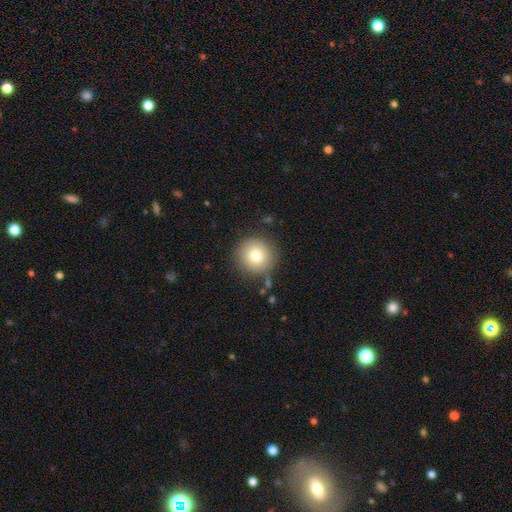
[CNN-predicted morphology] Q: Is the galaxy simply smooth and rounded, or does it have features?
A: smooth — 79%.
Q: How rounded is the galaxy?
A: round — 95%.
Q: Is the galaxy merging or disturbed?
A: none — 85%.